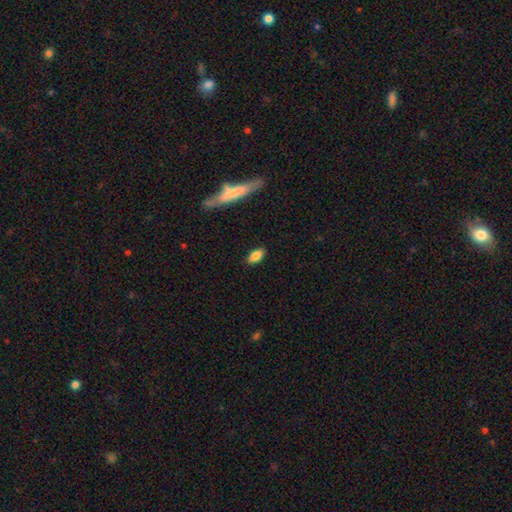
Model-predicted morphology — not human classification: smooth_or_featured: smooth (p=0.82) [alt: featured or disk p=0.10]
how_rounded: in between (p=0.85) [alt: cigar-shaped p=0.11]
merging: none (p=0.87) [alt: minor disturbance p=0.09]